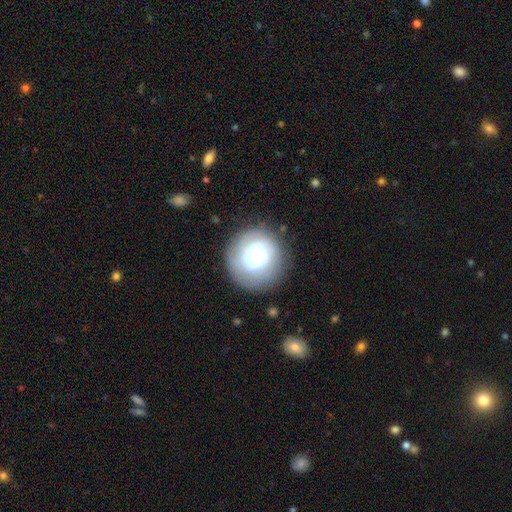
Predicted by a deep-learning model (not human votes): This appears to be a featured or disk galaxy (48%). Merging: none (77%).